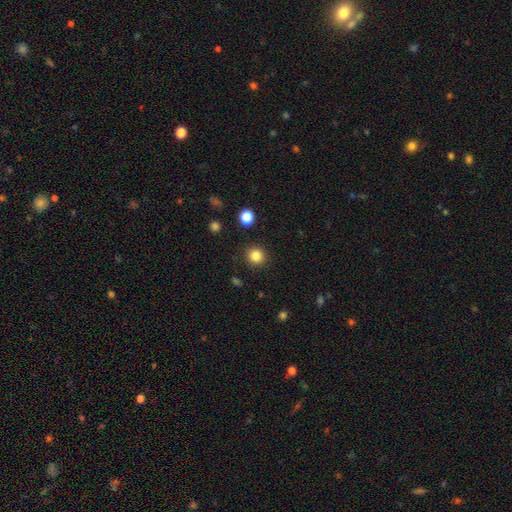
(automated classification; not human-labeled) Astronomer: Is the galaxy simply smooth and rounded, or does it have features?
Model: smooth — 84%.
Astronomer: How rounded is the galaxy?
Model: round — 91%.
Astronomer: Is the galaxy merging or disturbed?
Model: none — 91%.